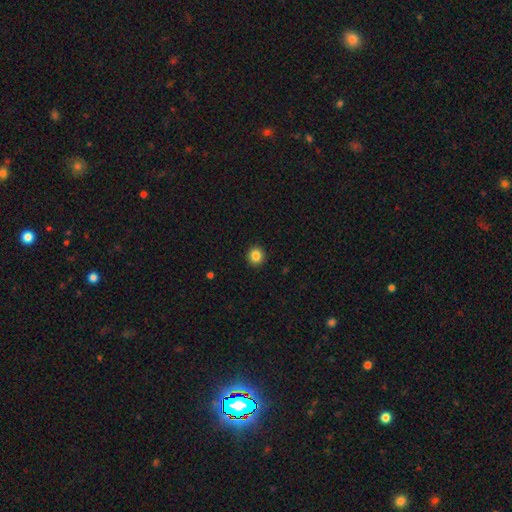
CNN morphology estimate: Smooth or featured? smooth (85%)
How rounded? round (90%)
Merging? none (93%)